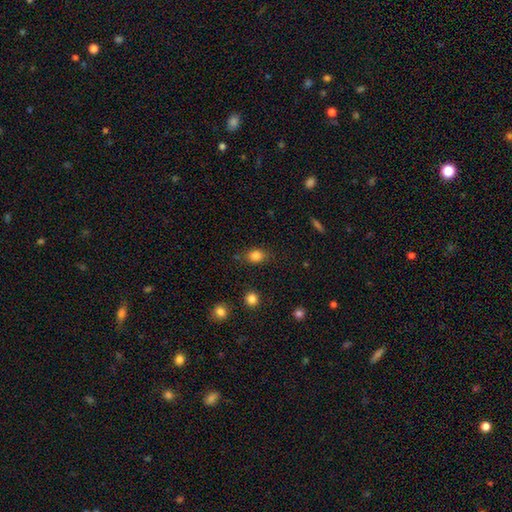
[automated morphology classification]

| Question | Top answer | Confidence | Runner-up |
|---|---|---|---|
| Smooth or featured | smooth | 84% | star or artifact (10%) |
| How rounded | in between | 61% | round (38%) |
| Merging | none | 78% | minor disturbance (15%) |